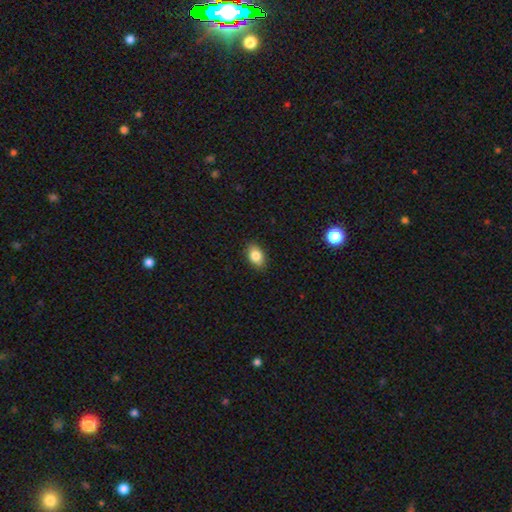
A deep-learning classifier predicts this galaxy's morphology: A smooth galaxy with no disk features (84%) that is in between round and cigar-shaped (87%).

Vote fractions:
- Smooth or featured? smooth: 84% / star or artifact: 8% / featured or disk: 8%
- How rounded? in between: 87% / round: 12% / cigar-shaped: 2%
- Merging? none: 88% / minor disturbance: 9% / major disturbance: 2% / merger: 1%